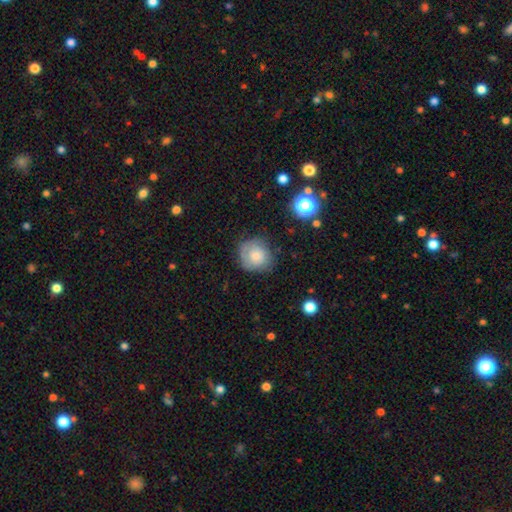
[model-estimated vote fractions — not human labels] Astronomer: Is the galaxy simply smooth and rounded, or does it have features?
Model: smooth — 56% (runner-up: featured or disk, 35%).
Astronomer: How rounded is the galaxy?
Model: round — 82%.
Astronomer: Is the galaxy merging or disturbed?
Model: none — 70%.